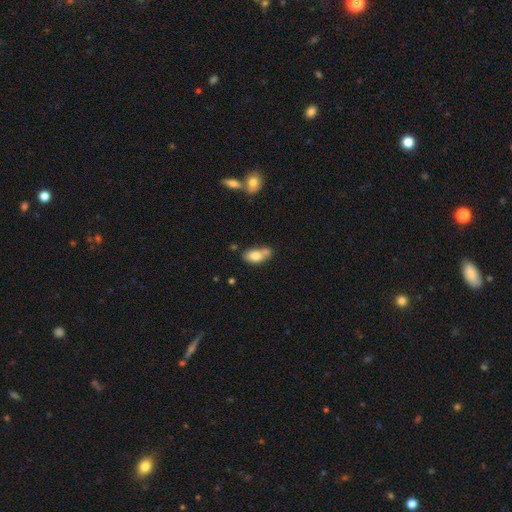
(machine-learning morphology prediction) smooth_or_featured: smooth (p=0.78) [alt: featured or disk p=0.14]
how_rounded: in between (p=0.87) [alt: round p=0.08]
merging: none (p=0.38) [alt: merger p=0.35]